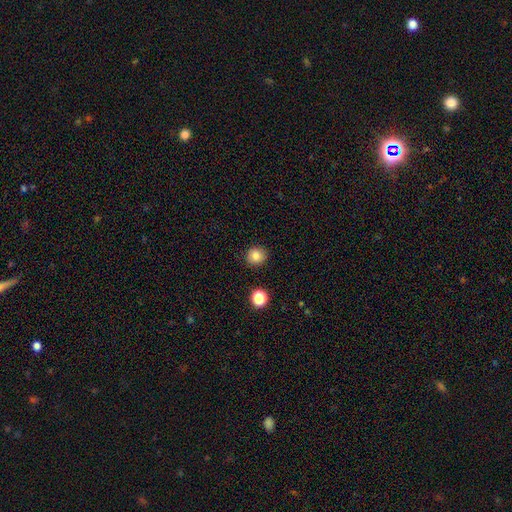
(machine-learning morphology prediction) smooth_or_featured: smooth (p=0.82) [alt: star or artifact p=0.11]
how_rounded: round (p=0.86) [alt: in between p=0.13]
merging: none (p=0.88) [alt: minor disturbance p=0.08]